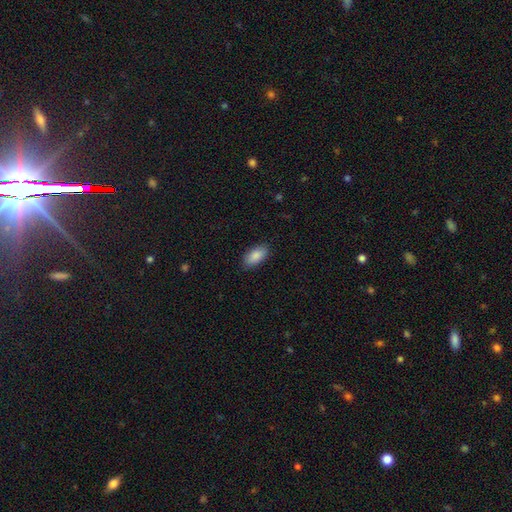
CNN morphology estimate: Smooth or featured? smooth (88%)
How rounded? in between (93%)
Merging? none (87%)